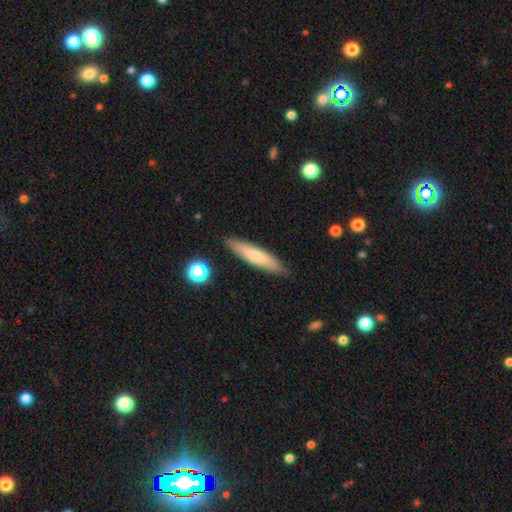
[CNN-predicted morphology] Smooth or featured: smooth — 71% (featured or disk — 23%)
How rounded: cigar-shaped — 84% (in between — 15%)
Merging: none — 87% (minor disturbance — 10%)